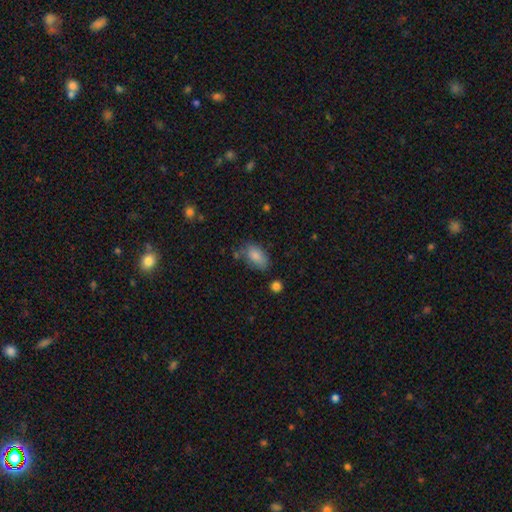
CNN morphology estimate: smooth_or_featured: smooth (p=0.83) [alt: featured or disk p=0.10]
how_rounded: in between (p=0.90) [alt: round p=0.07]
merging: none (p=0.61) [alt: minor disturbance p=0.26]